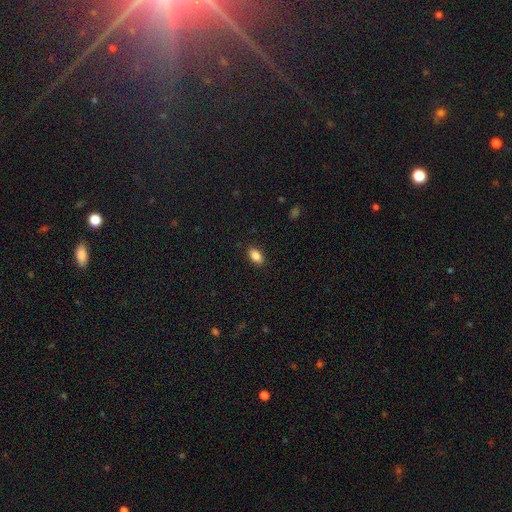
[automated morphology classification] Smooth or featured?
  - smooth: 87% *
  - star or artifact: 8%
  - featured or disk: 5%
How rounded?
  - in between: 91% *
  - round: 5%
  - cigar-shaped: 4%
Merging?
  - none: 88% *
  - minor disturbance: 9%
  - major disturbance: 2%
  - merger: 1%